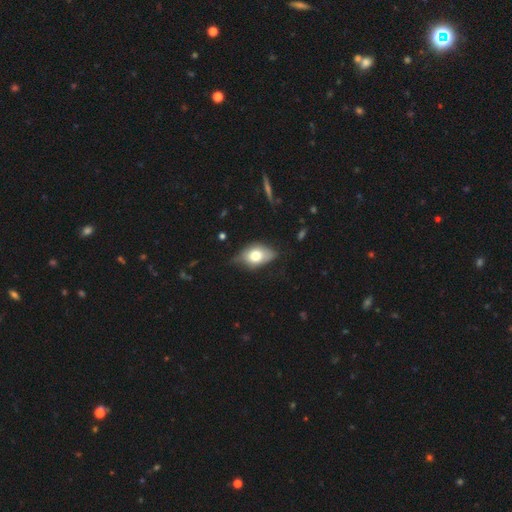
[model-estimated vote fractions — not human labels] smooth_or_featured: smooth (p=0.66) [alt: featured or disk p=0.26]
how_rounded: in between (p=0.82) [alt: round p=0.15]
merging: none (p=0.51) [alt: minor disturbance p=0.36]